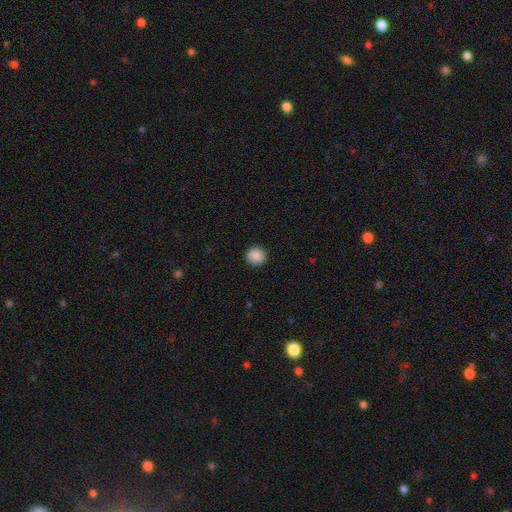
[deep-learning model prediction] This is clearly a smooth galaxy (89%). How rounded: clearly round (92%). Merging: clearly none (92%).